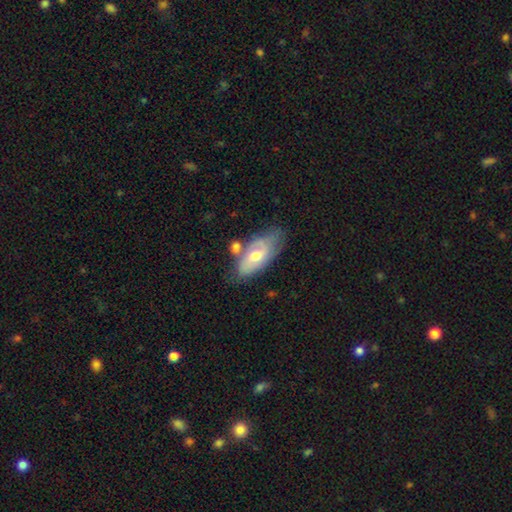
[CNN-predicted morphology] The model was most divided on "smooth or featured": featured or disk: 51%, smooth: 42%, star or artifact: 6%. Remaining: edge-on disk — no (84%); merging — none (49%).